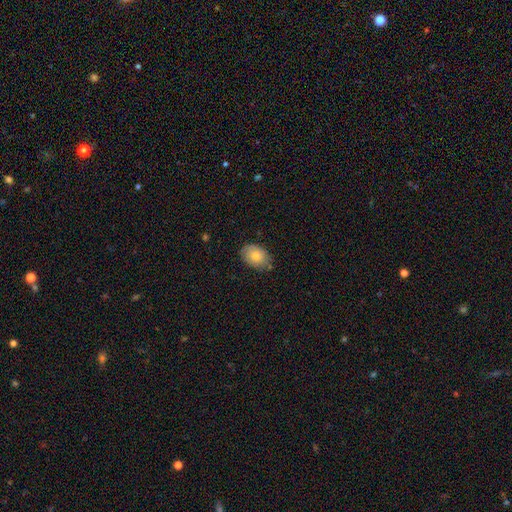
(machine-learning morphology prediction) Smooth or featured: smooth — 78% (featured or disk — 15%)
How rounded: in between — 82% (round — 17%)
Merging: none — 76% (minor disturbance — 19%)